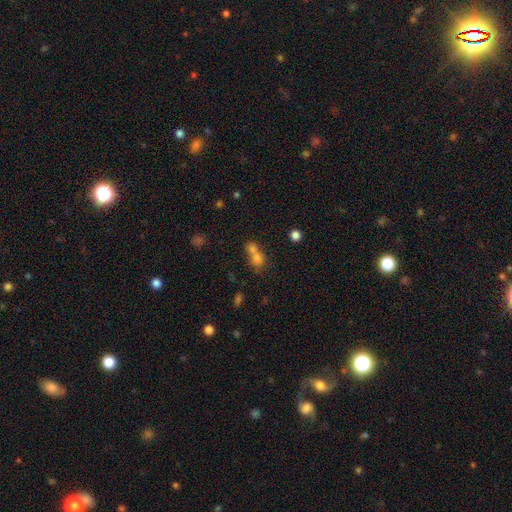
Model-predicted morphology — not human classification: smooth-or-featured: smooth: 72% | star or artifact: 14% | featured or disk: 13%
  how-rounded: round: 62% | in between: 35% | cigar-shaped: 2%
  merging: merger: 62% | none: 27% | minor disturbance: 7% | major disturbance: 4%